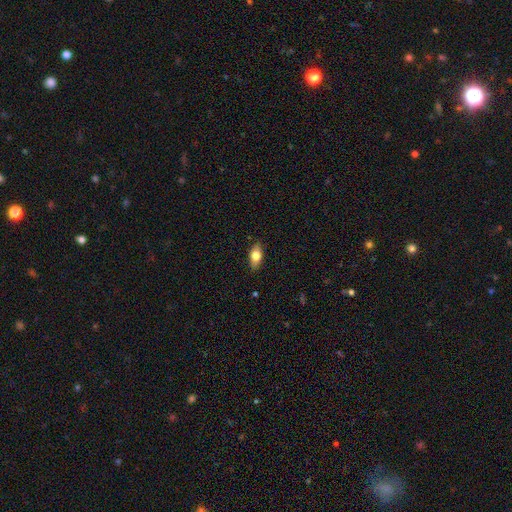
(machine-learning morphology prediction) Smooth or featured? smooth (72%)
How rounded? in between (84%)
Merging? none (87%)